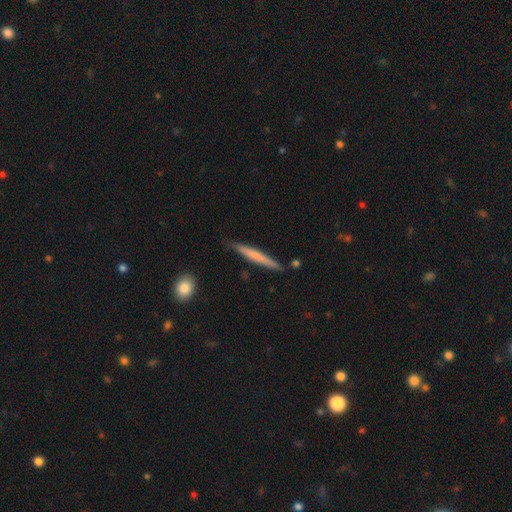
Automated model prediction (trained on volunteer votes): Smooth or featured? Predicted: smooth (p=0.62). How rounded? Predicted: cigar-shaped (p=0.96). Merging? Predicted: none (p=0.84).